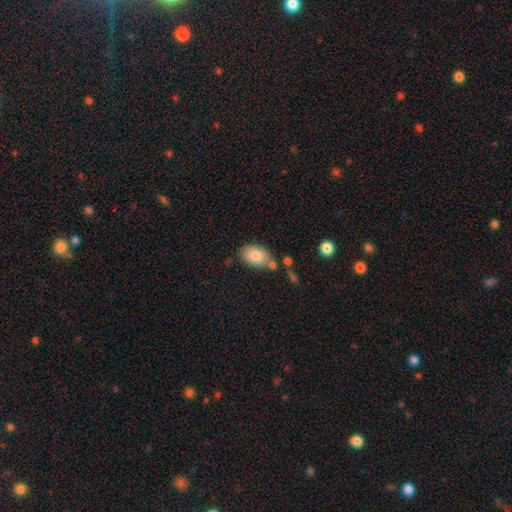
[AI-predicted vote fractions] Overall: smooth (83%). How rounded: in between (86%). Merging: none (70%).